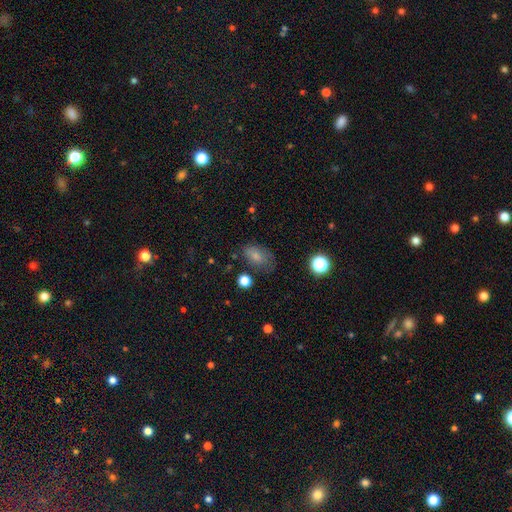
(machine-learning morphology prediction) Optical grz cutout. It shows a smooth galaxy with no disk features (77%) that is in between round and cigar-shaped (86%). Merging: none (59%).